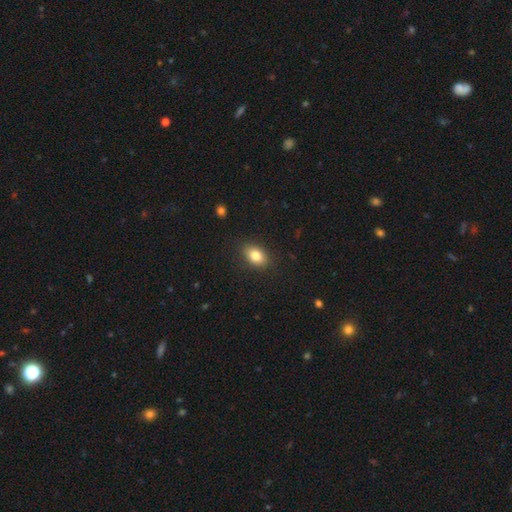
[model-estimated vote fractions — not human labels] Morphology: type=smooth (82%); roundness=in between (81%); merging=none (87%).